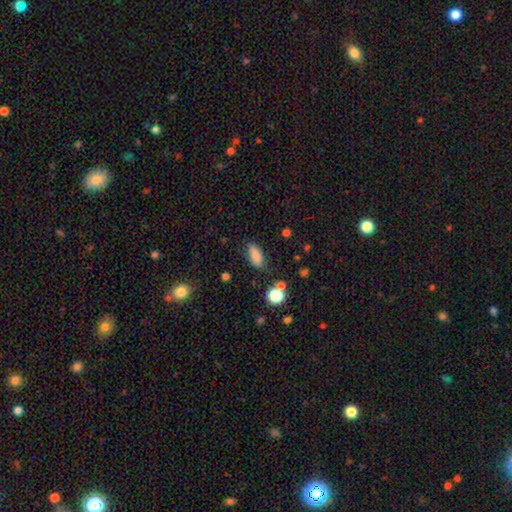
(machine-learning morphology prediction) This appears to be a smooth galaxy with no disk features (81%) that is in between round and cigar-shaped (79%). Merging: none (75%).